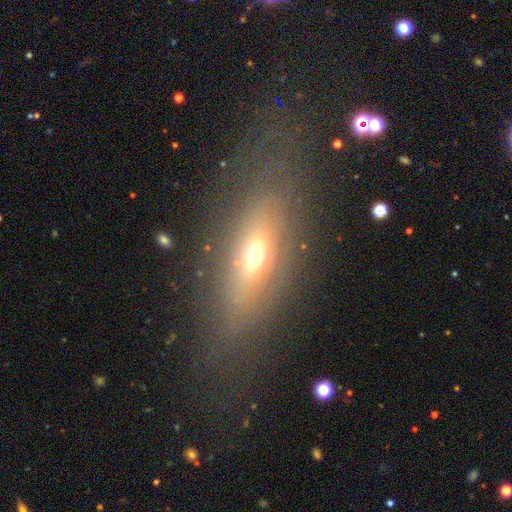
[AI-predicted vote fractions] Smooth or featured? Predicted: smooth (p=0.45). Merging? Predicted: none (p=0.67).